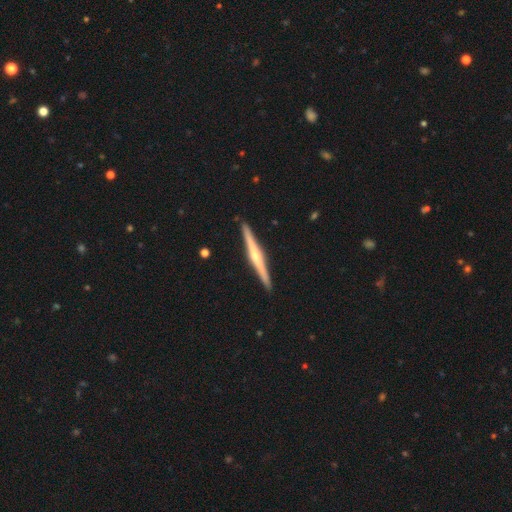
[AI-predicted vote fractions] Q: Smooth or featured?
A: featured or disk (76%); runner-up: smooth (20%)
Q: Edge-on disk?
A: yes (98%); runner-up: no (2%)
Q: Edge-on bulge?
A: rounded (78%); runner-up: none (15%)
Q: Merging?
A: none (92%); runner-up: minor disturbance (5%)